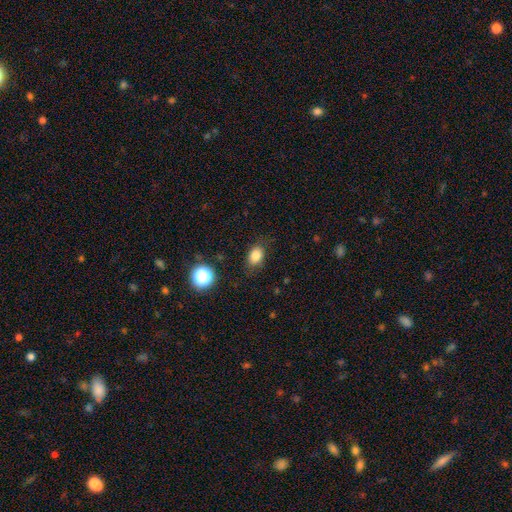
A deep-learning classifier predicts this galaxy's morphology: A smooth galaxy with no disk features (82%) that is in between round and cigar-shaped (71%).

Vote fractions:
- Smooth or featured? smooth: 82% / star or artifact: 12% / featured or disk: 6%
- How rounded? in between: 71% / round: 28% / cigar-shaped: 1%
- Merging? none: 79% / minor disturbance: 15% / major disturbance: 4% / merger: 1%